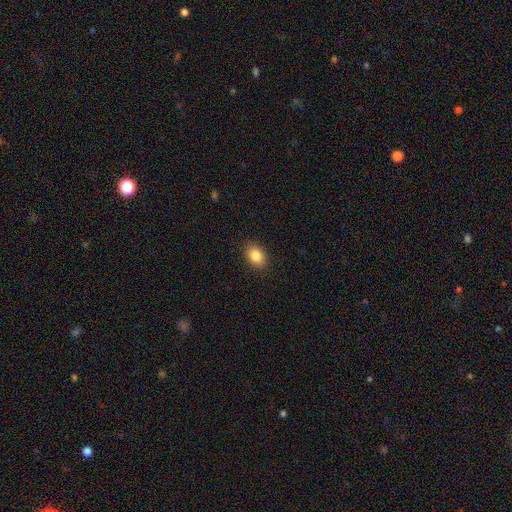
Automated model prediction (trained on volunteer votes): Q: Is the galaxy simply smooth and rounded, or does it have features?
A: smooth — 85%.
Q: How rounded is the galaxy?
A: in between — 77%.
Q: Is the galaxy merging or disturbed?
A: none — 89%.